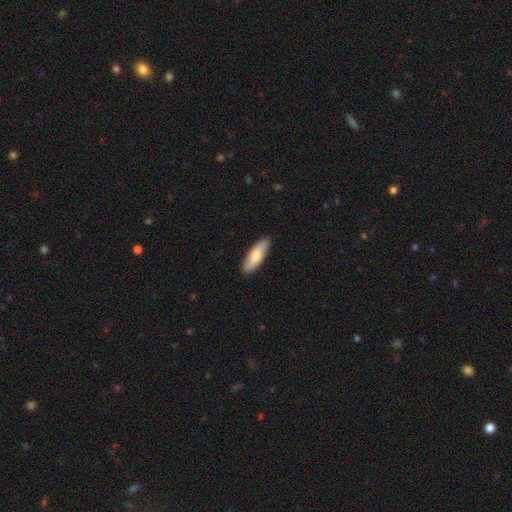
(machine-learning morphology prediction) smooth 71%, featured or disk 25%, star or artifact 5%. Down the decision tree: how rounded — in between (54%); merging — none (89%).